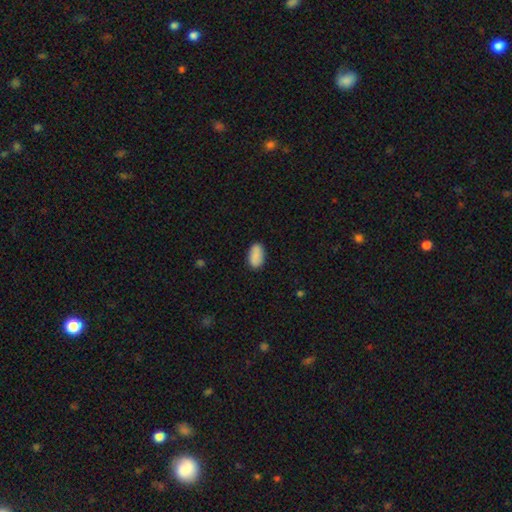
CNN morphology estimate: This appears to be a smooth galaxy with no disk features (87%) that is in between round and cigar-shaped (93%). Merging: none (86%).